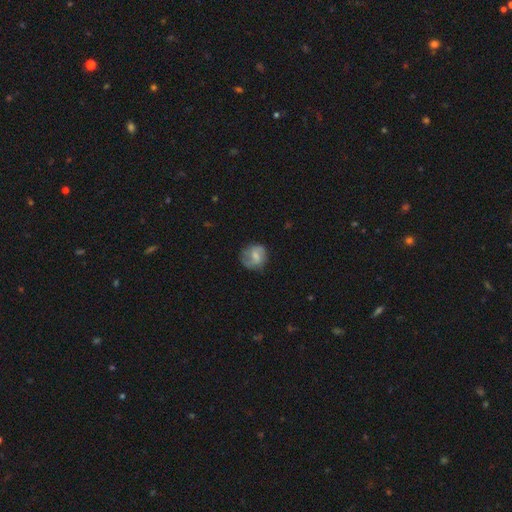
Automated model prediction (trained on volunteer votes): Smooth or featured?
  - smooth: 48% *
  - featured or disk: 45%
  - star or artifact: 7%
Merging?
  - none: 71% *
  - minor disturbance: 20%
  - major disturbance: 8%
  - merger: 2%